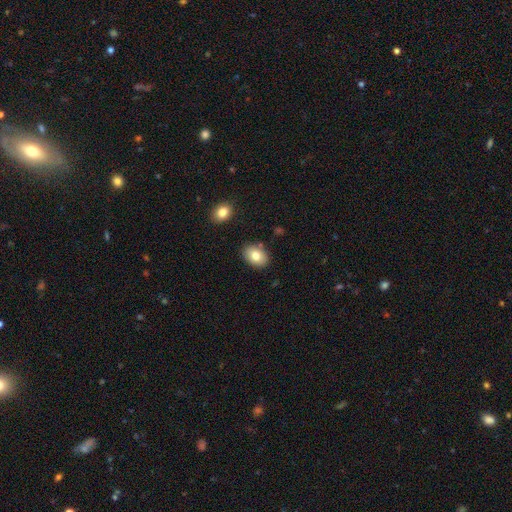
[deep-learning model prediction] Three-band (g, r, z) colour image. It shows a smooth galaxy with no disk features (80%) that is in between round and cigar-shaped (76%). Merging: none (85%).